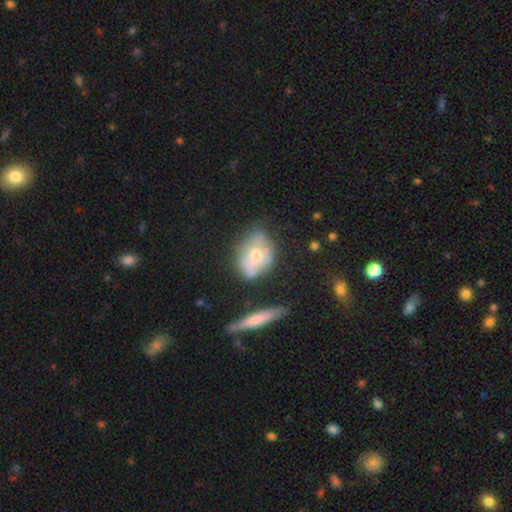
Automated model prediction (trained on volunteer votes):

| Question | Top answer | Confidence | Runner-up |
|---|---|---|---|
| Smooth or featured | featured or disk | 45% | smooth (42%) |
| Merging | none | 60% | minor disturbance (21%) |